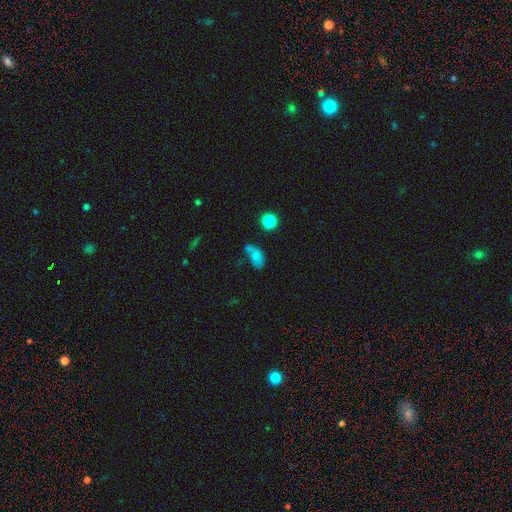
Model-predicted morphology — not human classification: smooth_or_featured: smooth (p=0.67) [alt: featured or disk p=0.19]
how_rounded: in between (p=0.80) [alt: round p=0.17]
merging: merger (p=0.31) [tied with: none p=0.31]